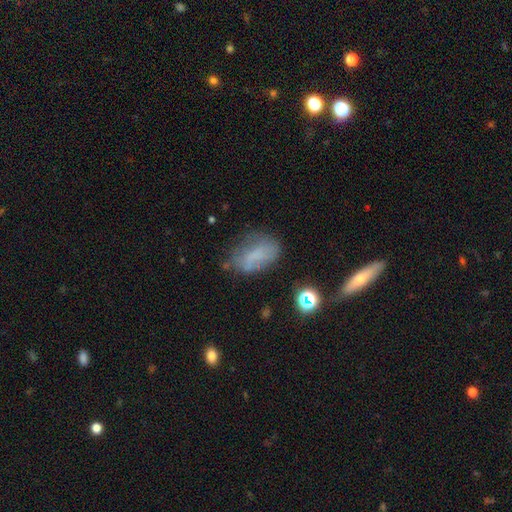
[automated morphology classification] The model was most divided on "merging": none: 50%, minor disturbance: 28%, major disturbance: 18%, merger: 5%. More confident: how rounded — in between (85%); smooth or featured — smooth (55%).